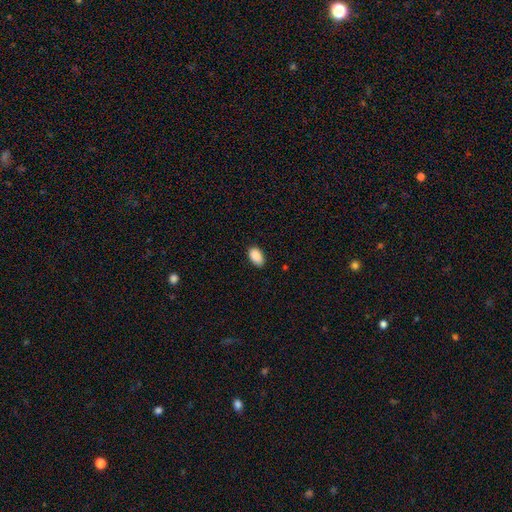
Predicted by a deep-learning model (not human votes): A smooth galaxy with no disk features (90%) that is in between round and cigar-shaped (93%). Merging: none (83%).